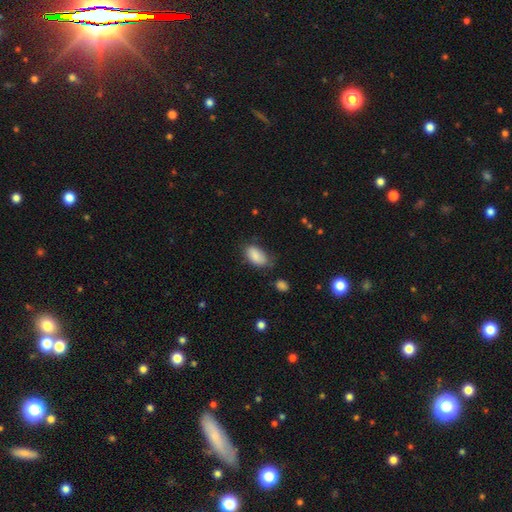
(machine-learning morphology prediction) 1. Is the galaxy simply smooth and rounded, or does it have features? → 86% smooth, 7% star or artifact, 7% featured or disk.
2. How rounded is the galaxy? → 94% in between, 4% round, 2% cigar-shaped.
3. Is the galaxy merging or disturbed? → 60% none, 29% minor disturbance, 8% major disturbance, 3% merger.